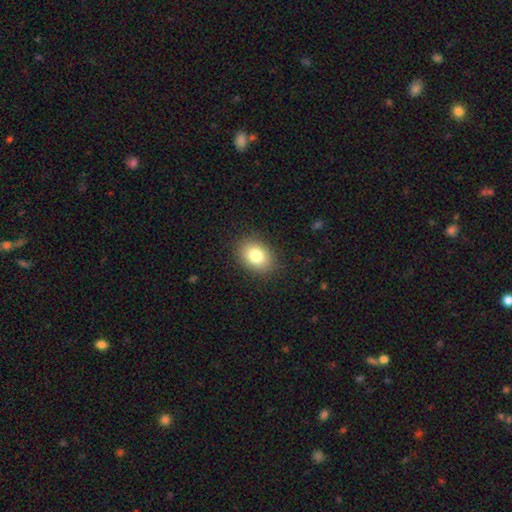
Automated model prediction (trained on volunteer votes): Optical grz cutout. It shows a smooth galaxy with no disk features (81%) that is in between round and cigar-shaped (72%). Merging: none (87%).